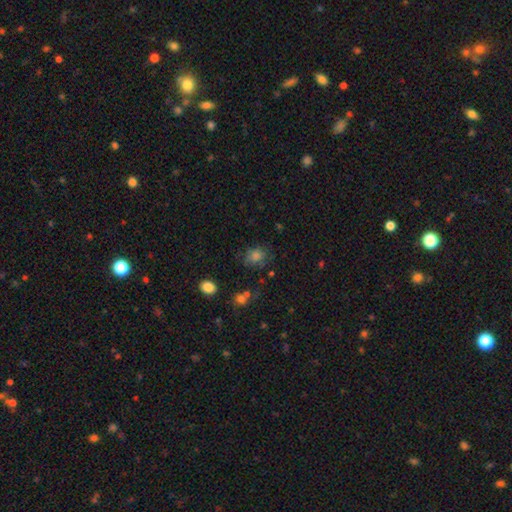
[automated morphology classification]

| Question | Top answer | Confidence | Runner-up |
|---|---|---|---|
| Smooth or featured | smooth | 72% | star or artifact (19%) |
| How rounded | round | 63% | in between (36%) |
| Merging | none | 70% | minor disturbance (18%) |